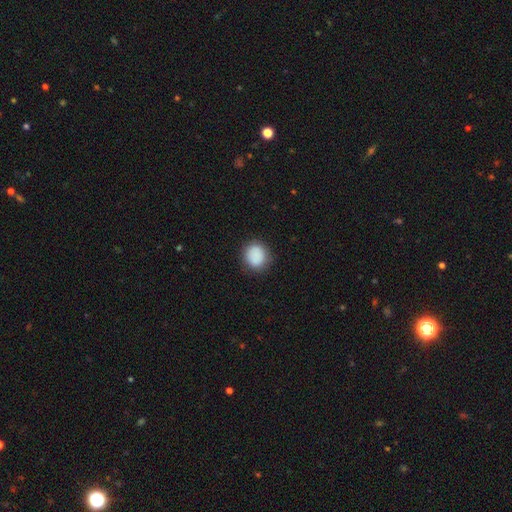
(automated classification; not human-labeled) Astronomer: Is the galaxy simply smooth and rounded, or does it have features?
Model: smooth — 88%.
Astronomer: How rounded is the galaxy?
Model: round — 77%.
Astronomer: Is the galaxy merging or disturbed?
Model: none — 86%.